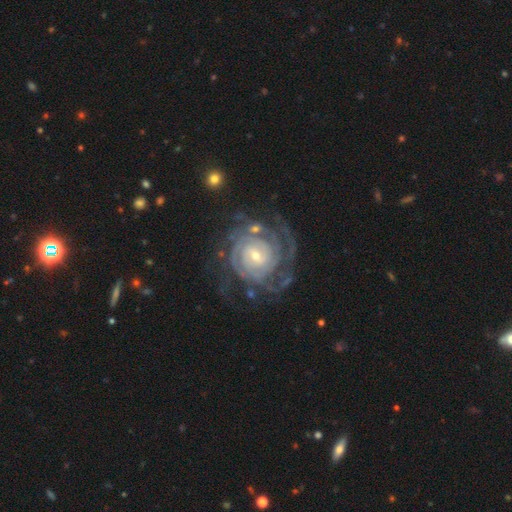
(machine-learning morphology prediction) Overall: featured or disk (90%). Edge-on disk: no (98%). Bar: no (46%; weak 40%). Spiral arms: yes (98%). Spiral arm count: can't tell (27%; 4 20%). Spiral winding: tight (80%). Bulge size: small (66%; moderate 30%). Merging: none (66%).